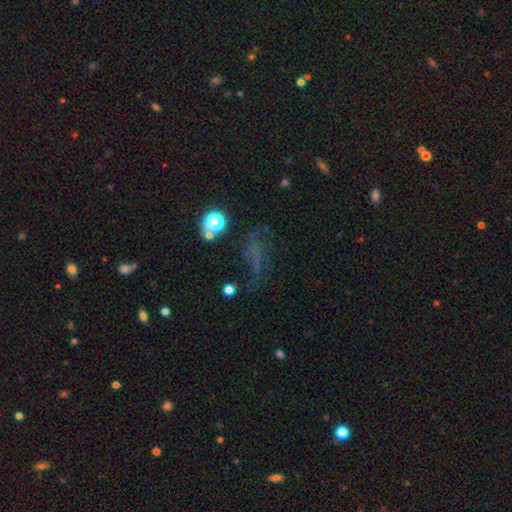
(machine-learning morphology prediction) This is marginally a featured or disk galaxy (38%). Merging: possibly none (49%).